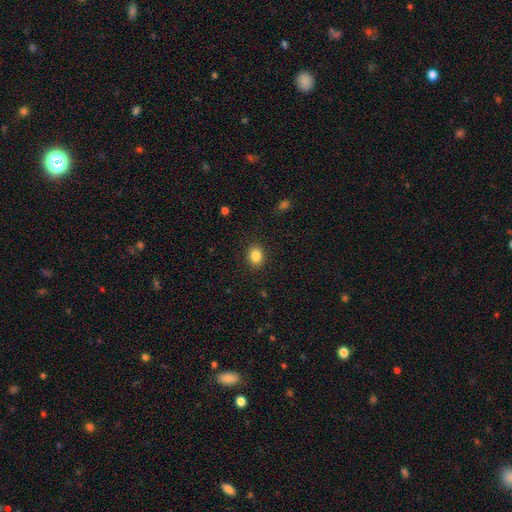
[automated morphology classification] Q: Smooth or featured?
A: smooth (85%); runner-up: star or artifact (10%)
Q: How rounded?
A: in between (55%); runner-up: round (44%)
Q: Merging?
A: none (89%); runner-up: minor disturbance (8%)